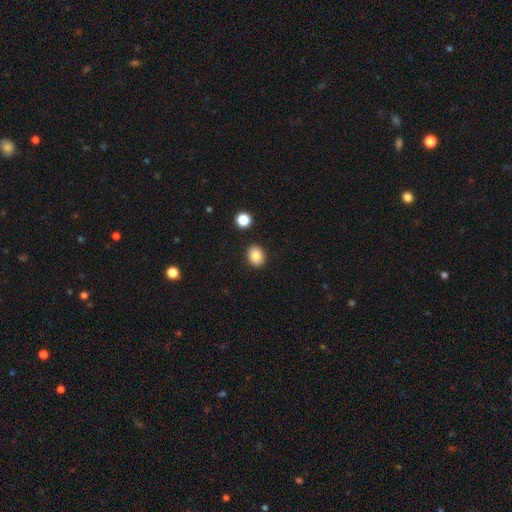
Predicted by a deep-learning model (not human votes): Smooth or featured?
  - smooth: 86% *
  - star or artifact: 9%
  - featured or disk: 5%
How rounded?
  - in between: 51% *
  - round: 48%
  - cigar-shaped: 1%
Merging?
  - none: 89% *
  - minor disturbance: 7%
  - merger: 2%
  - major disturbance: 2%